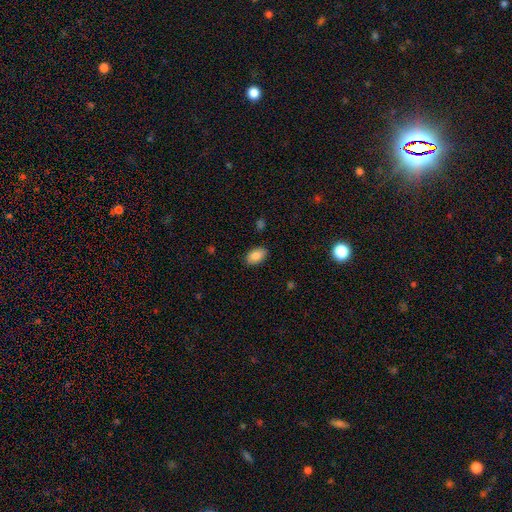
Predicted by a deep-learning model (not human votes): Q: Smooth or featured?
A: smooth (86%); runner-up: star or artifact (7%)
Q: How rounded?
A: in between (91%); runner-up: round (7%)
Q: Merging?
A: none (86%); runner-up: minor disturbance (10%)